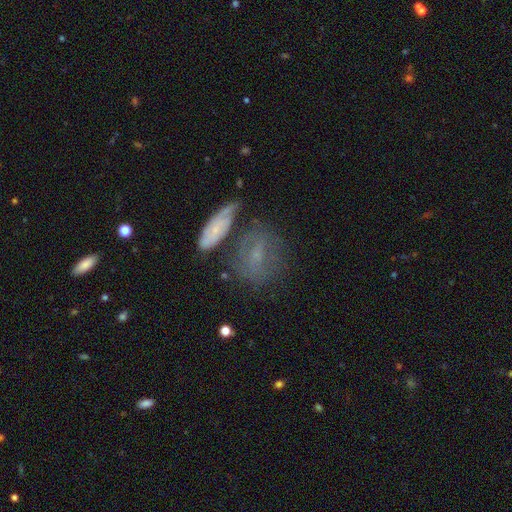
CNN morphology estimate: This is marginally a featured or disk galaxy (44%). Merging: possibly none (48%).